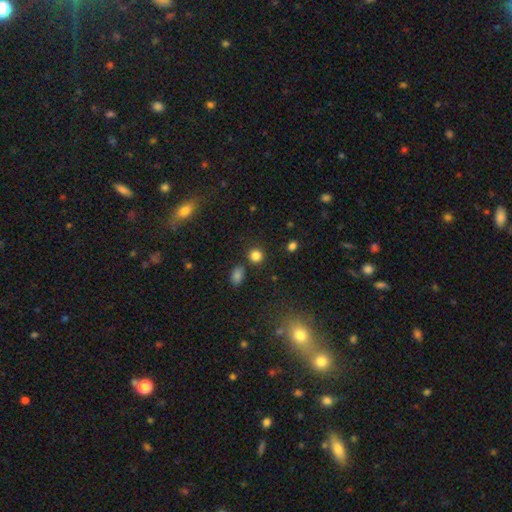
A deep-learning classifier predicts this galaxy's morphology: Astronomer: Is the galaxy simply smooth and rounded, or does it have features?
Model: smooth — 83%.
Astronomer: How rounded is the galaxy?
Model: round — 86%.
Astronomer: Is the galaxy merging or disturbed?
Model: none — 82%.